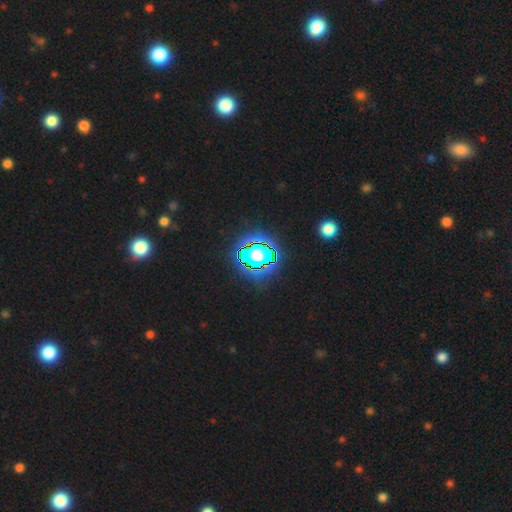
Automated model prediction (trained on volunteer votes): Smooth or featured? Predicted: star or artifact (p=0.83).